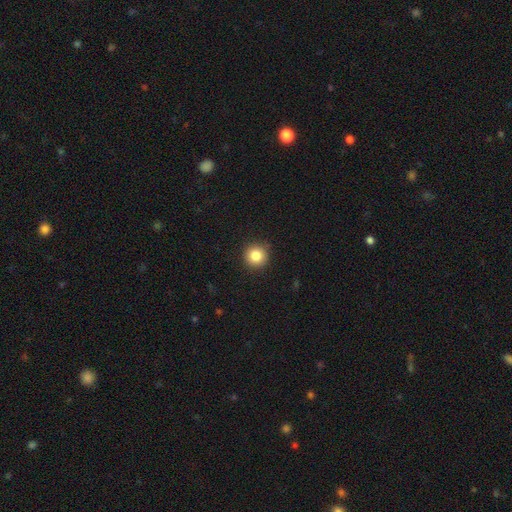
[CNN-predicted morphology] Smooth or featured?
  - smooth: 84% *
  - star or artifact: 10%
  - featured or disk: 5%
How rounded?
  - round: 95% *
  - in between: 4%
  - cigar-shaped: 1%
Merging?
  - none: 90% *
  - minor disturbance: 7%
  - major disturbance: 2%
  - merger: 1%